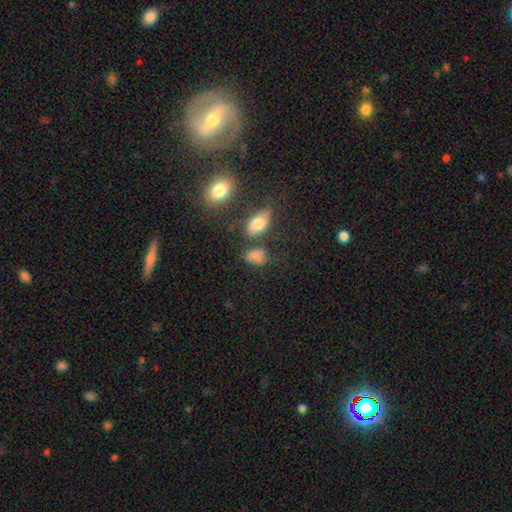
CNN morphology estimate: Smooth or featured?
  - smooth: 75% *
  - star or artifact: 15%
  - featured or disk: 9%
How rounded?
  - in between: 77% *
  - round: 21%
  - cigar-shaped: 3%
Merging?
  - none: 53% *
  - minor disturbance: 21%
  - merger: 16%
  - major disturbance: 10%